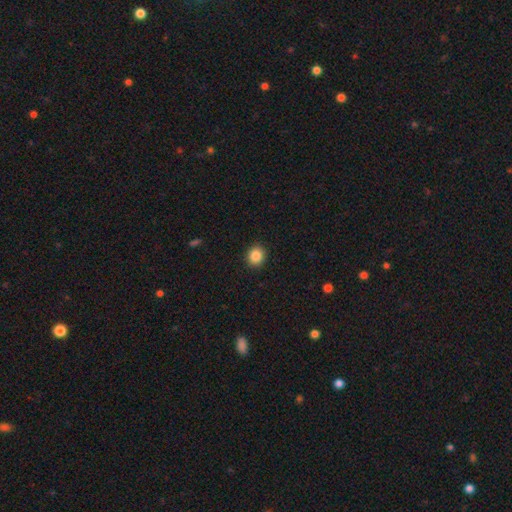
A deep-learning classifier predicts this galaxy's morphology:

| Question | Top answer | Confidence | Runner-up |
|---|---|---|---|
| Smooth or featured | smooth | 86% | star or artifact (10%) |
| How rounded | round | 80% | in between (20%) |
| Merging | none | 92% | minor disturbance (6%) |